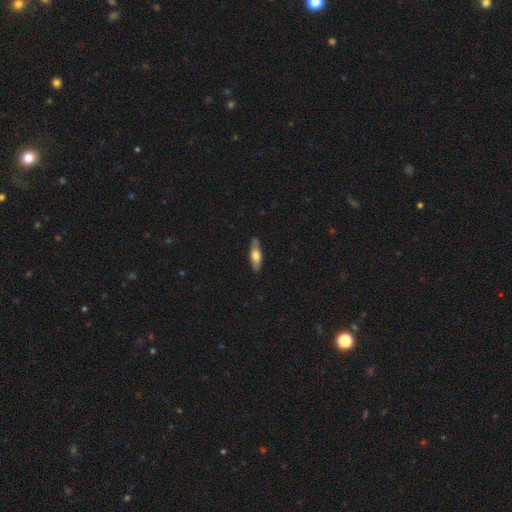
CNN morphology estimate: A smooth galaxy with no disk features (59%) that is in between round and cigar-shaped (53%).

Vote fractions:
- Smooth or featured? smooth: 59% / featured or disk: 36% / star or artifact: 6%
- How rounded? in between: 53% / cigar-shaped: 44% / round: 3%
- Merging? none: 83% / minor disturbance: 13% / major disturbance: 2% / merger: 1%